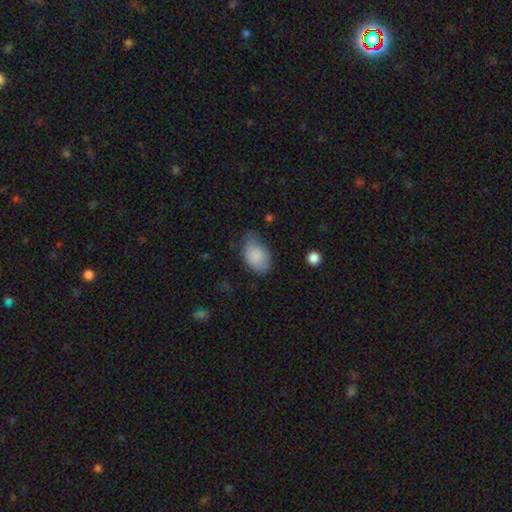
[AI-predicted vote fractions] Smooth or featured? smooth (86%)
How rounded? in between (88%)
Merging? none (54%)